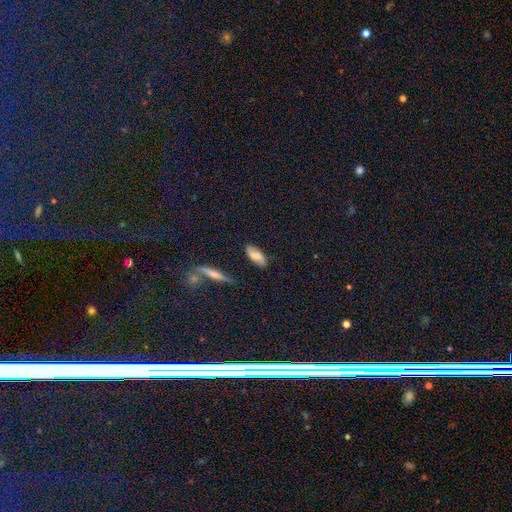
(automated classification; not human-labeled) Smooth or featured: smooth — 63% (featured or disk — 28%)
How rounded: in between — 80% (cigar-shaped — 17%)
Merging: none — 78% (minor disturbance — 16%)